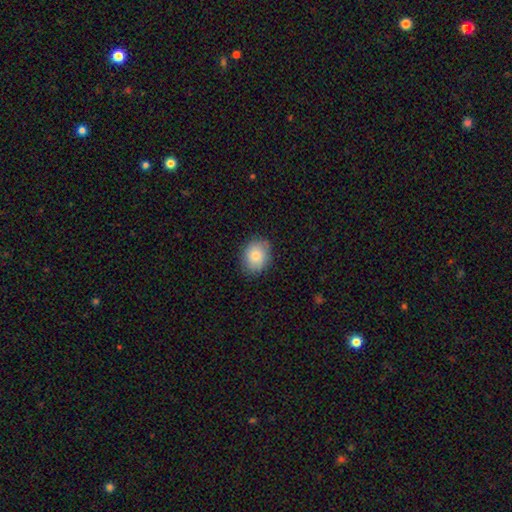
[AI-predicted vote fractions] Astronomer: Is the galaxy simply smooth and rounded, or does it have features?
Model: smooth — 82%.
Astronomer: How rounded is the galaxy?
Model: round — 51% (runner-up: in between, 48%).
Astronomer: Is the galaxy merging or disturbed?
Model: none — 82%.